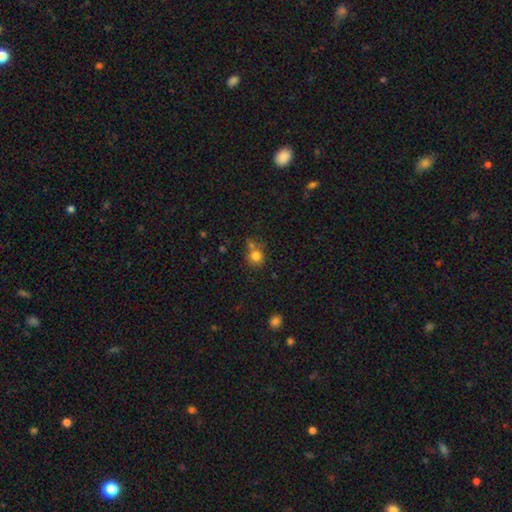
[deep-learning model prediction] The model was most divided on "merging": none: 56%, merger: 26%, minor disturbance: 13%, major disturbance: 5%. More confident: how rounded — round (85%); smooth or featured — smooth (79%).